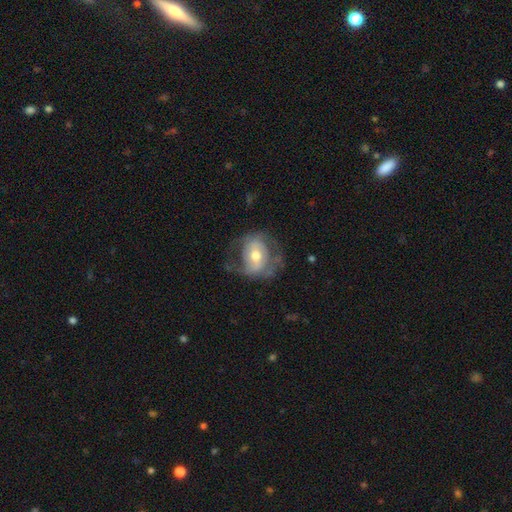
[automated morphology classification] featured or disk 65%, smooth 28%, star or artifact 7%. Down the decision tree: edge-on disk — no (96%); bar — weak (39%, tied with no); spiral arms — yes (71%); bulge size — moderate (70%); merging — none (52%).